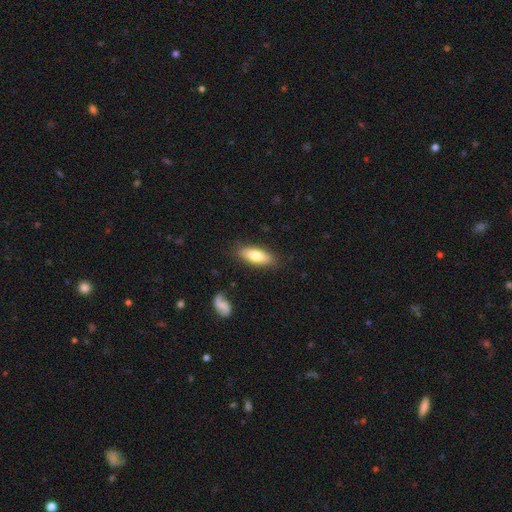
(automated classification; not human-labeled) Smooth or featured? smooth (73%)
How rounded? in between (70%)
Merging? none (83%)